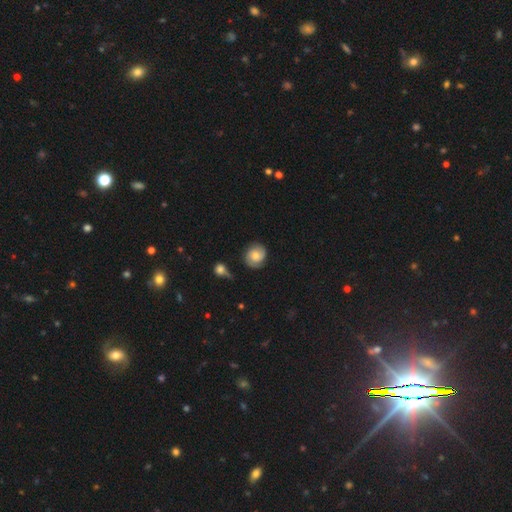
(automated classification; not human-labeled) Smooth or featured?
  - featured or disk: 52% *
  - smooth: 40%
  - star or artifact: 8%
Edge-on disk?
  - no: 97% *
  - yes: 3%
Bar?
  - no: 69% *
  - weak: 27%
  - strong: 4%
Spiral arms?
  - yes: 89% *
  - no: 11%
Bulge size?
  - moderate: 61% *
  - small: 29%
  - large: 6%
  - none: 3%
  - dominant: 1%
Merging?
  - none: 73% *
  - minor disturbance: 18%
  - major disturbance: 6%
  - merger: 4%